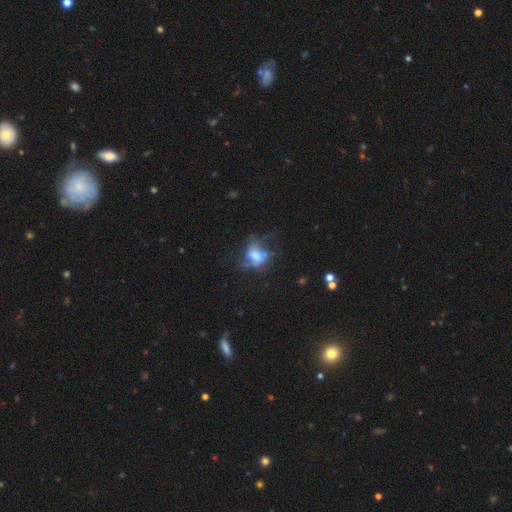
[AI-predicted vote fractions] featured or disk 45%, smooth 42%, star or artifact 14%. Down the decision tree: merging — major disturbance (43%).